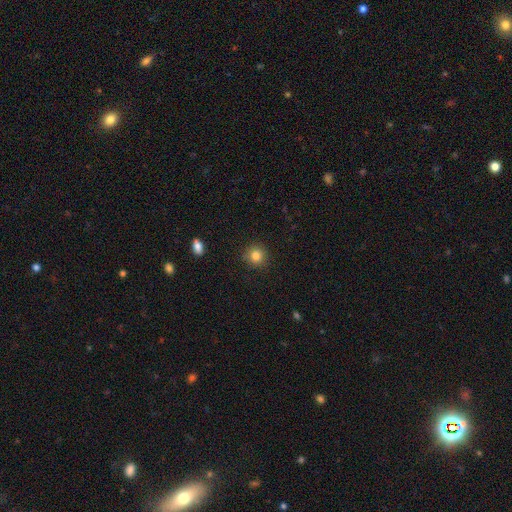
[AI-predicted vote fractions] This appears to be a smooth galaxy with no disk features (83%) that is round (92%). Merging: none (90%).